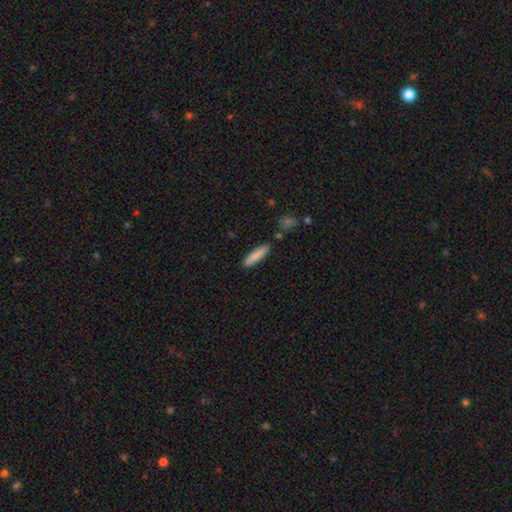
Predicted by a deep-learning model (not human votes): Smooth or featured: smooth — 85% (featured or disk — 9%)
How rounded: cigar-shaped — 79% (in between — 20%)
Merging: none — 84% (minor disturbance — 10%)